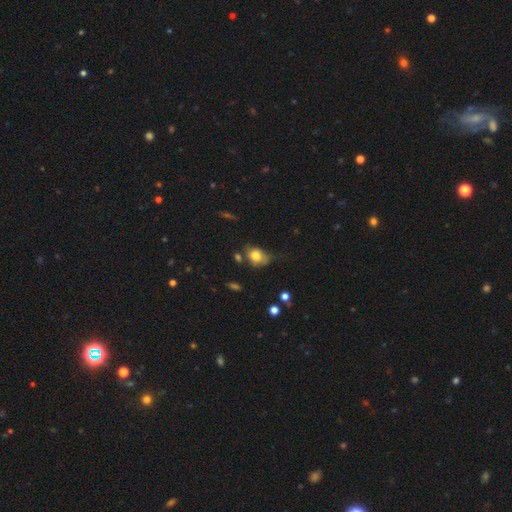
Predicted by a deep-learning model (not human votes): Smooth or featured? smooth (76%)
How rounded? in between (63%)
Merging? none (41%)